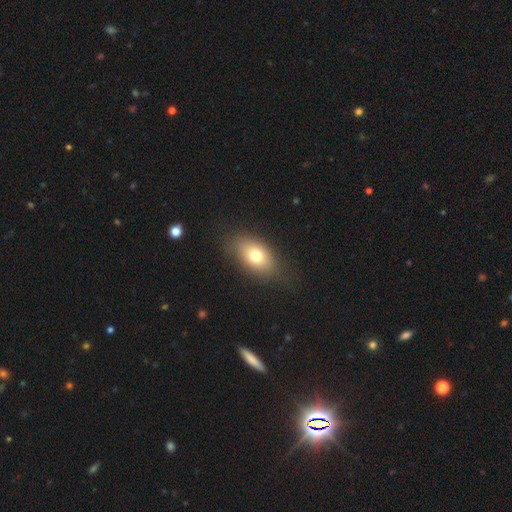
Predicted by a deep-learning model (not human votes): Smooth or featured? Predicted: smooth (p=0.73). How rounded? Predicted: in between (p=0.85). Merging? Predicted: none (p=0.78).